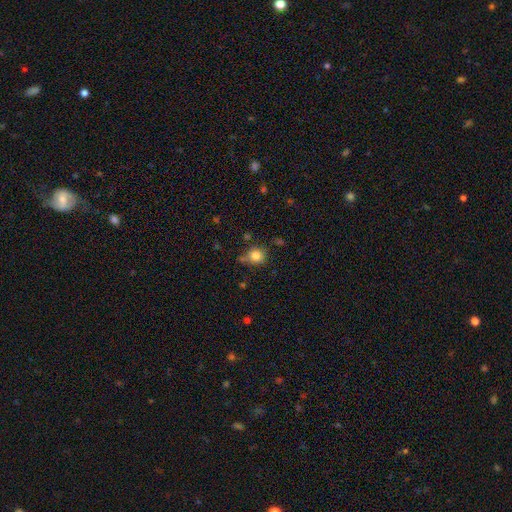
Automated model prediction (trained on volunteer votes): This is clearly a smooth galaxy (81%). How rounded: clearly round (86%). Merging: likely none (70%).